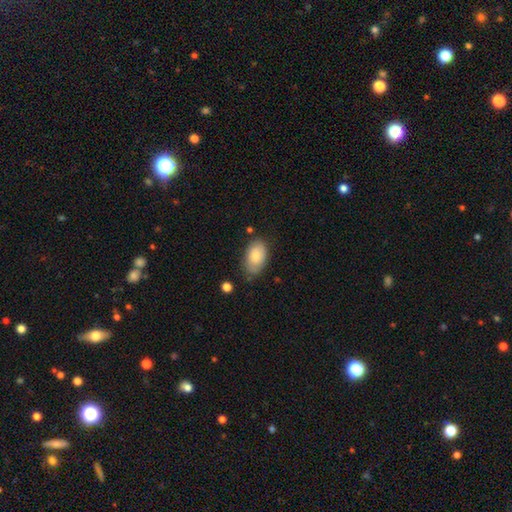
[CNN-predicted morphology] type=smooth (75%); roundness=in between (92%); merging=none (69%).